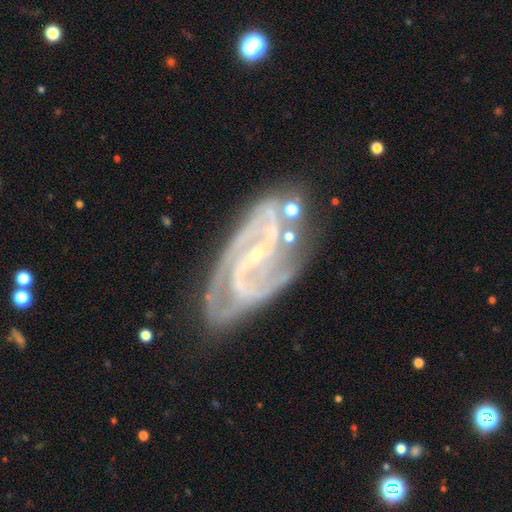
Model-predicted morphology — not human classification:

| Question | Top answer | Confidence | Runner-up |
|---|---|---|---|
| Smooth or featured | featured or disk | 90% | star or artifact (6%) |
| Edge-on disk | no | 96% | yes (4%) |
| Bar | weak | 38% | tied: strong (38%) |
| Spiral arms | yes | 98% | no (2%) |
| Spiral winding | medium | 50% | tight (36%) |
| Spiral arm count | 2 | 61% | 3 (17%) |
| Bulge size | small | 82% | moderate (9%) |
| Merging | none | 70% | minor disturbance (19%) |